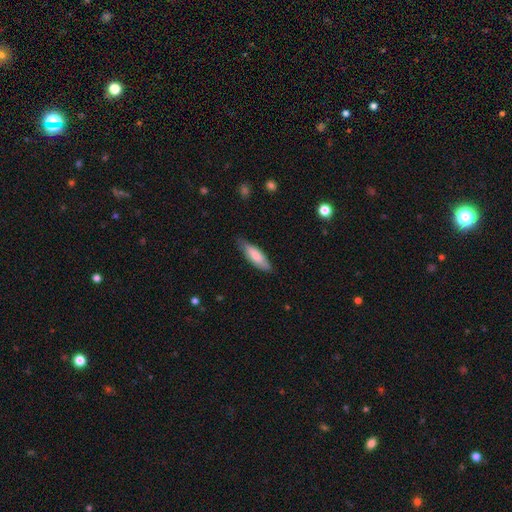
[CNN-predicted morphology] smooth 79%, featured or disk 16%, star or artifact 5%. Down the decision tree: how rounded — cigar-shaped (51%); merging — none (77%).